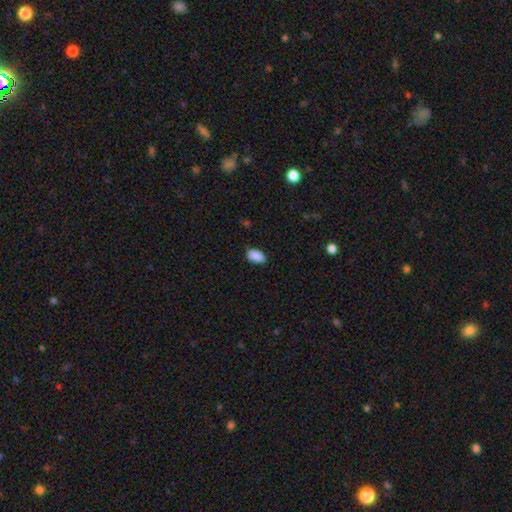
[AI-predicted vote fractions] smooth 89%, star or artifact 8%, featured or disk 3%. Down the decision tree: how rounded — in between (93%); merging — none (82%).